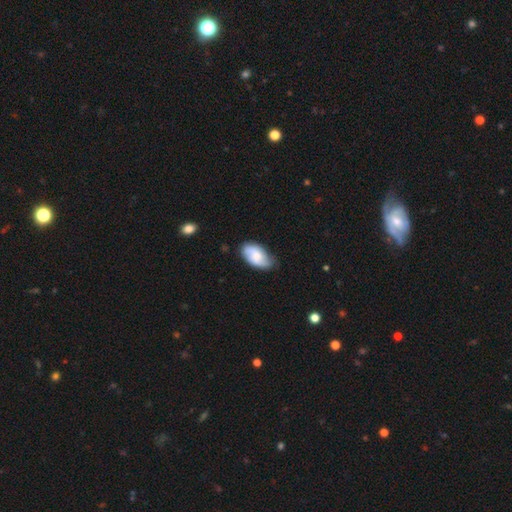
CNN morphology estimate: The model was most divided on "smooth or featured": featured or disk: 49%, smooth: 44%, star or artifact: 7%. More confident: merging — none (70%).